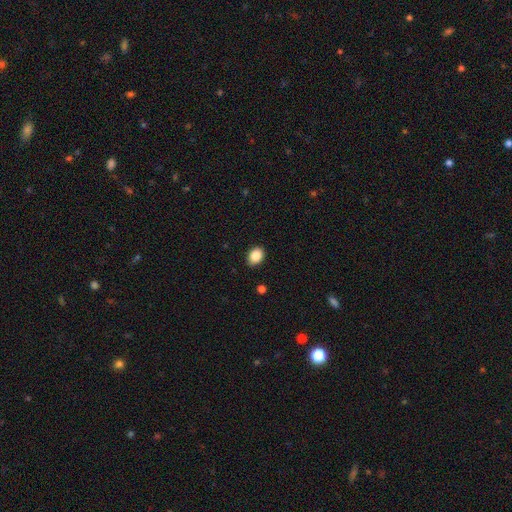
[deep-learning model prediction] Smooth or featured? Predicted: smooth (p=0.87). How rounded? Predicted: in between (p=0.68). Merging? Predicted: none (p=0.87).